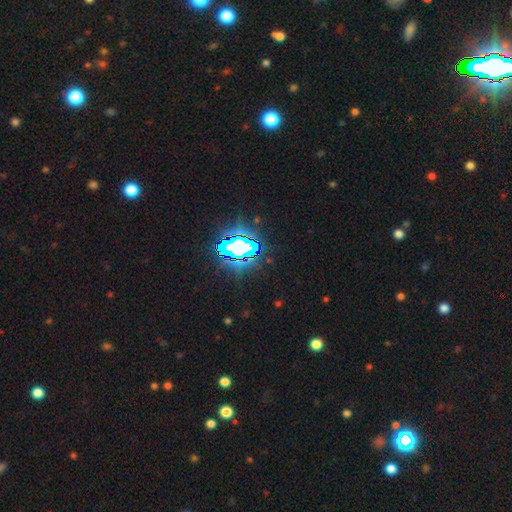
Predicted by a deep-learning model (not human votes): smooth-or-featured: star or artifact: 81% | smooth: 11% | featured or disk: 7%